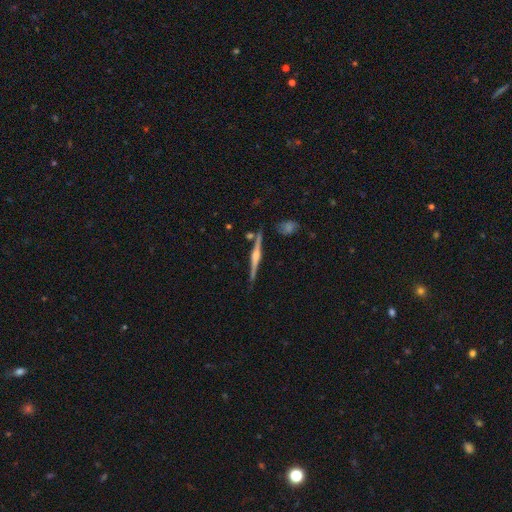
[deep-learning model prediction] Smooth or featured: featured or disk — 83% (smooth — 11%)
Edge-on disk: yes — 98% (no — 2%)
Edge-on bulge: rounded — 80% (boxy — 12%)
Merging: none — 87% (minor disturbance — 8%)